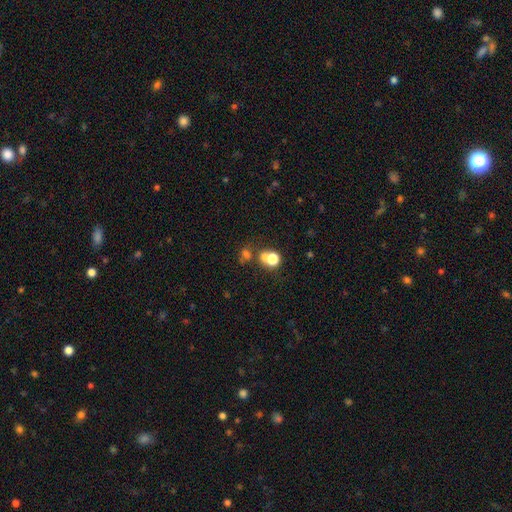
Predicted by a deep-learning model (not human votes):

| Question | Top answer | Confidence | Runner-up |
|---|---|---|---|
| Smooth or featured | smooth | 54% | star or artifact (34%) |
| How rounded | round | 65% | in between (32%) |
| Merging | none | 58% | merger (25%) |